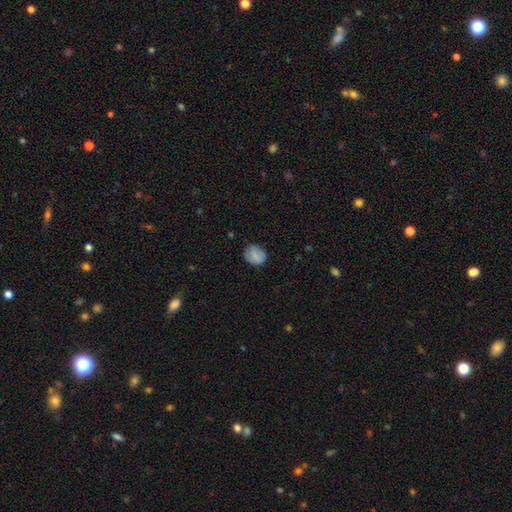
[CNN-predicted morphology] This appears to be a smooth galaxy with no disk features (75%) that is round (52%). Merging: none (73%).